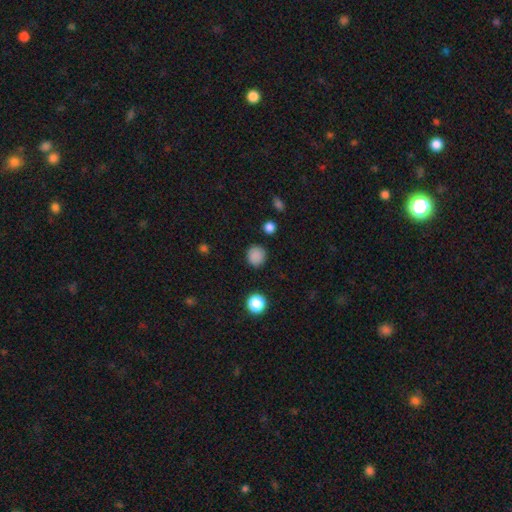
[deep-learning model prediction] This appears to be a smooth galaxy with no disk features (86%) that is round (89%). Merging: none (88%).